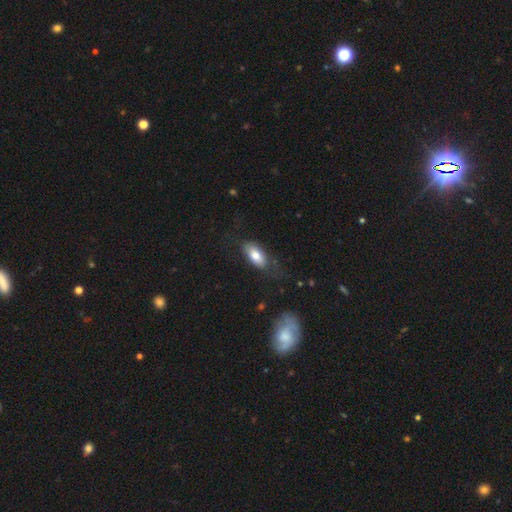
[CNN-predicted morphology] Smooth or featured? smooth (74%)
How rounded? in between (88%)
Merging? none (63%)